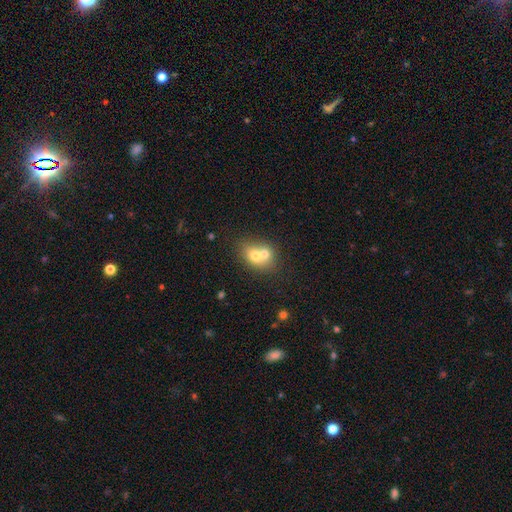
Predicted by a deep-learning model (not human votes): Morphology: type=smooth (66%); roundness=round (51%); merging=merger (65%).